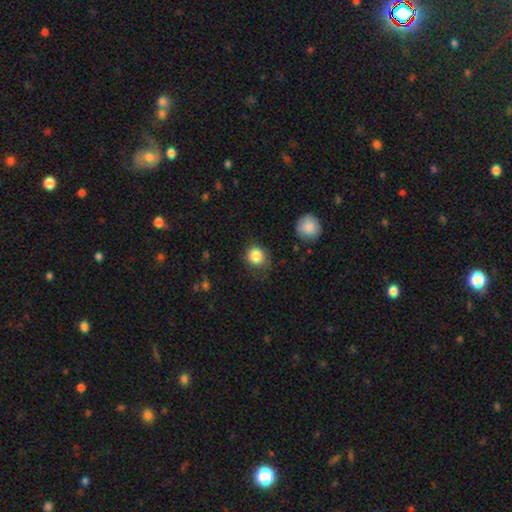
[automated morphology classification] Smooth or featured? smooth (85%)
How rounded? round (81%)
Merging? none (70%)